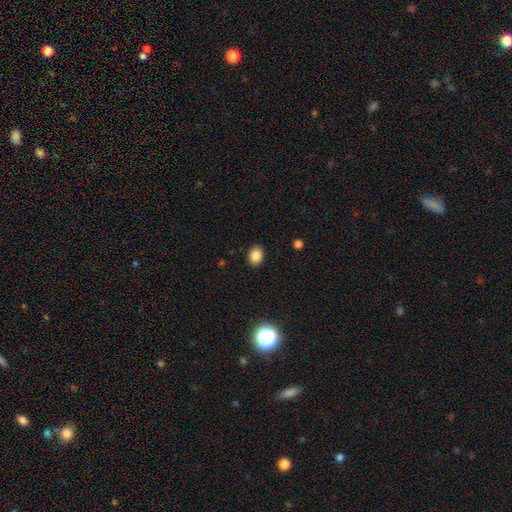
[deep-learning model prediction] Smooth or featured? smooth (85%)
How rounded? in between (58%)
Merging? none (89%)